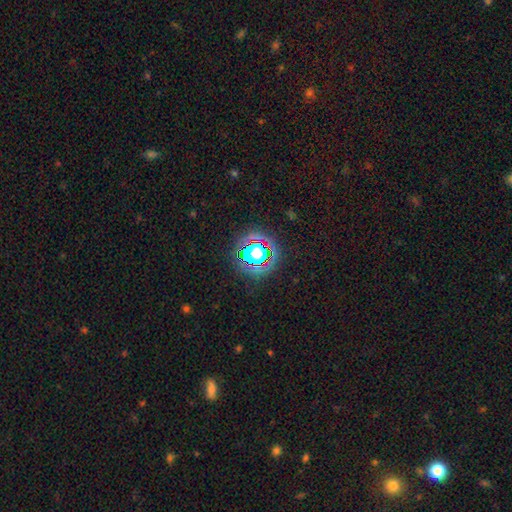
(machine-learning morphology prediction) Smooth or featured? Predicted: star or artifact (p=0.76).